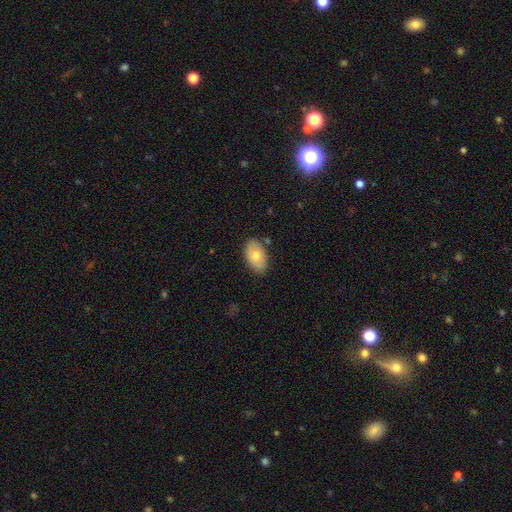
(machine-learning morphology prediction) Smooth or featured? Predicted: smooth (p=0.67). How rounded? Predicted: in between (p=0.93). Merging? Predicted: none (p=0.82).